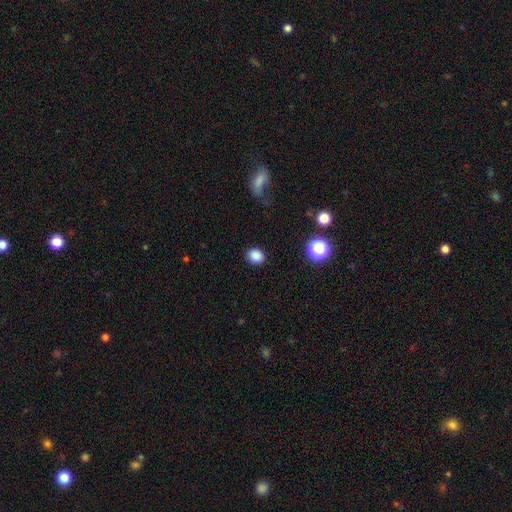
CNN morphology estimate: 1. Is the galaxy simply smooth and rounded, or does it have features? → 85% smooth, 11% star or artifact, 4% featured or disk.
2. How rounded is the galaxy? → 63% round, 36% in between, 1% cigar-shaped.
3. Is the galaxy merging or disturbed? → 88% none, 8% minor disturbance, 3% major disturbance, 1% merger.